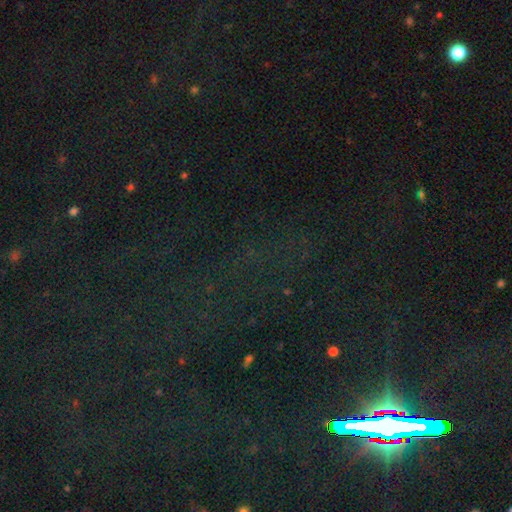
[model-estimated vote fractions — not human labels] smooth-or-featured: star or artifact: 81% | smooth: 11% | featured or disk: 8%